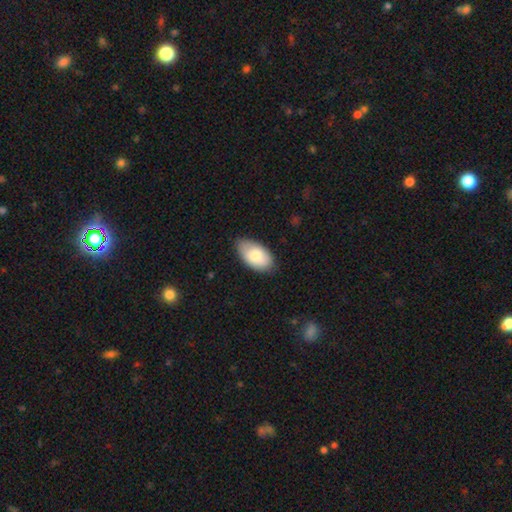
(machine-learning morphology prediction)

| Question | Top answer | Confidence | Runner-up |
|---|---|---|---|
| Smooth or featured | smooth | 80% | featured or disk (14%) |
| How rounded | in between | 95% | round (4%) |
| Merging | none | 79% | minor disturbance (17%) |